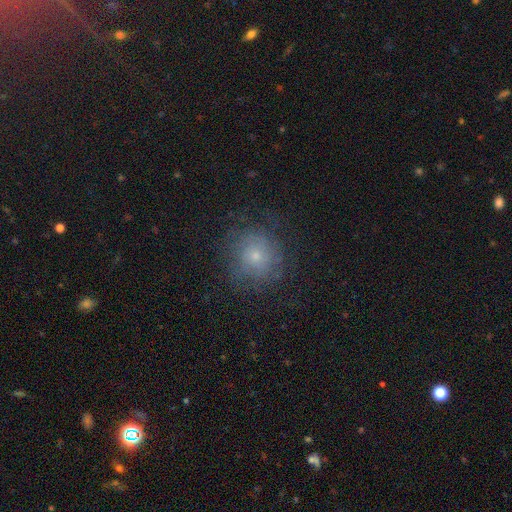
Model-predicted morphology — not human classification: Smooth or featured: smooth — 54% (featured or disk — 32%)
How rounded: round — 89% (in between — 10%)
Merging: none — 72% (minor disturbance — 16%)